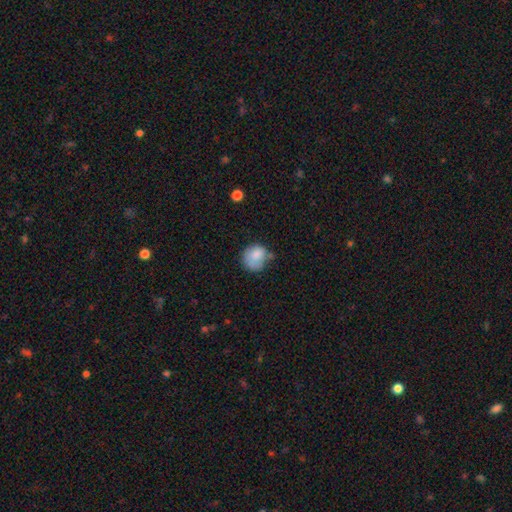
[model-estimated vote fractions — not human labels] Morphology: type=smooth (81%); roundness=round (75%); merging=none (45%).